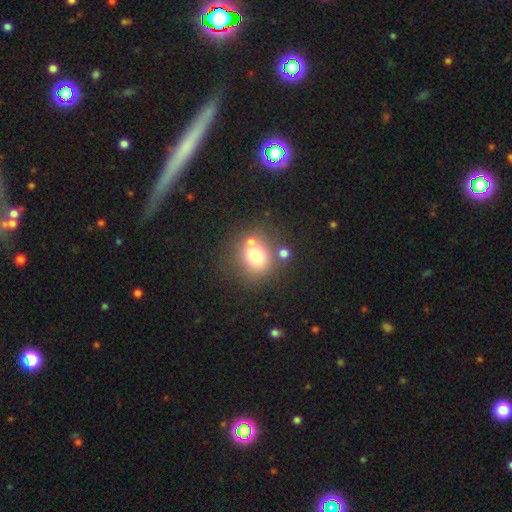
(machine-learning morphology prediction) Smooth or featured: smooth — 70% (featured or disk — 15%)
How rounded: round — 81% (in between — 18%)
Merging: none — 62% (merger — 21%)